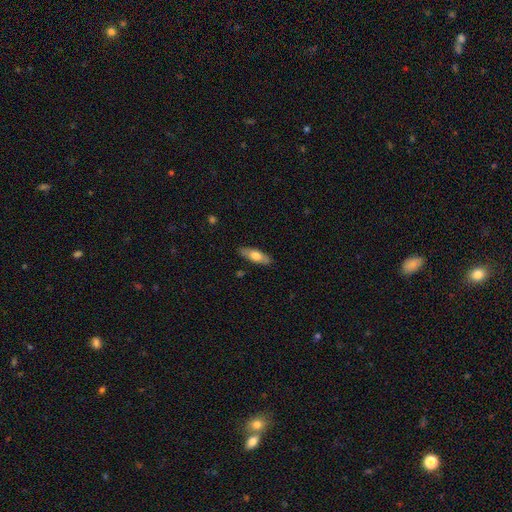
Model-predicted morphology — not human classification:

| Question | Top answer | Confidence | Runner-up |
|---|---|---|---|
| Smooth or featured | smooth | 66% | featured or disk (28%) |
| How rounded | in between | 60% | cigar-shaped (38%) |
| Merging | none | 87% | minor disturbance (10%) |